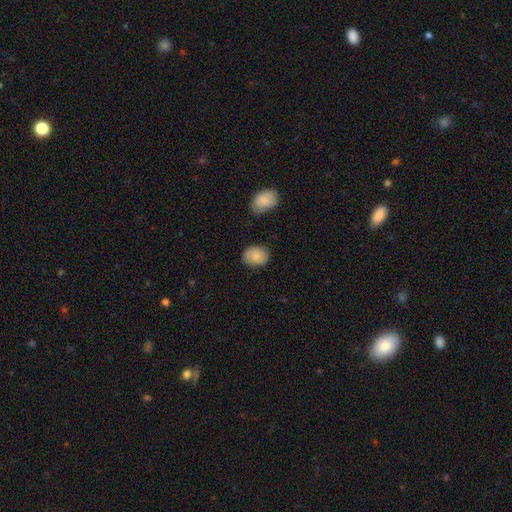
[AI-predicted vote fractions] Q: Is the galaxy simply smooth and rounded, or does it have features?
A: smooth — 86%.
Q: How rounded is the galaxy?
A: in between — 59%.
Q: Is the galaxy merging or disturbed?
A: none — 80%.